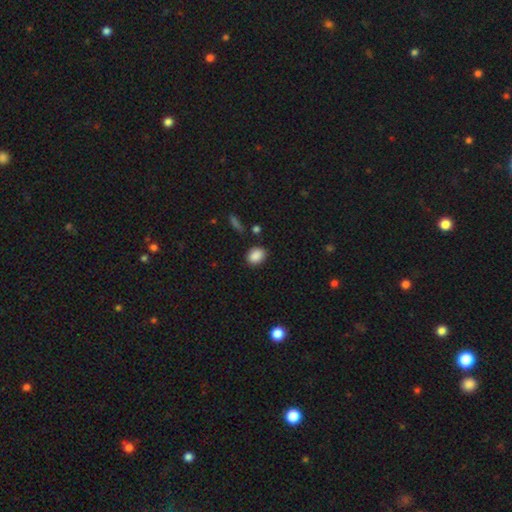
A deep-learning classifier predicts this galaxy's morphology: A smooth galaxy with no disk features (88%) that is in between round and cigar-shaped (62%). Merging: none (83%).